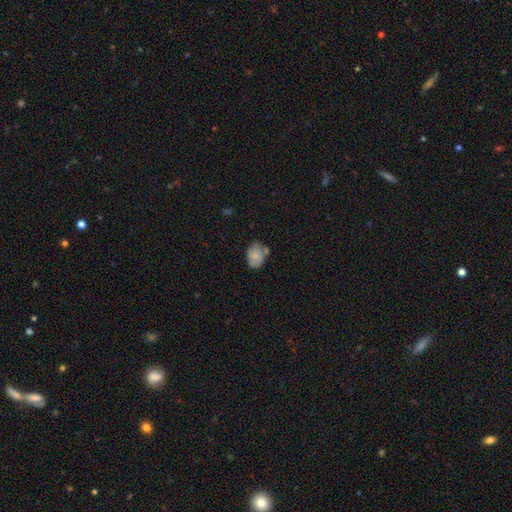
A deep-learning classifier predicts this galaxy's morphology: Smooth or featured?
  - smooth: 78% *
  - featured or disk: 15%
  - star or artifact: 7%
How rounded?
  - in between: 76% *
  - round: 23%
  - cigar-shaped: 1%
Merging?
  - none: 58% *
  - minor disturbance: 23%
  - merger: 14%
  - major disturbance: 5%